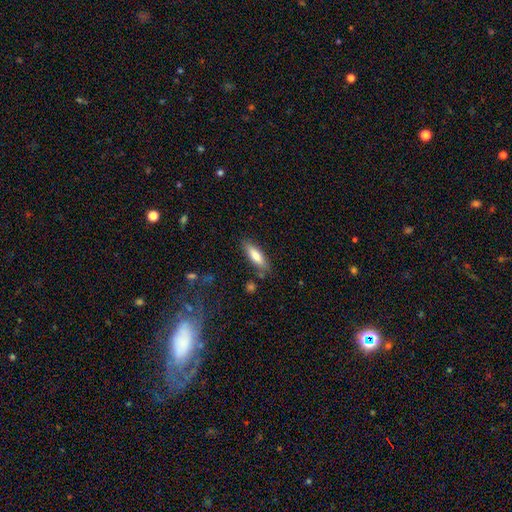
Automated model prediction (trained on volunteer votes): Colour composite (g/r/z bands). It shows a smooth galaxy with no disk features (76%) that is cigar-shaped (56%). Merging: none (80%).